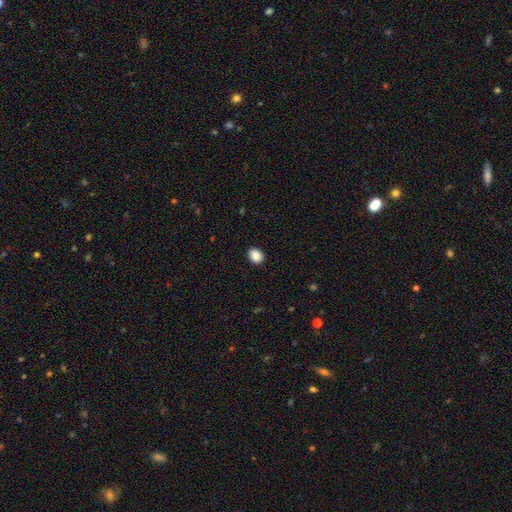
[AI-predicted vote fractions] Smooth or featured?
  - smooth: 89% *
  - star or artifact: 8%
  - featured or disk: 3%
How rounded?
  - in between: 53% *
  - round: 46%
  - cigar-shaped: 1%
Merging?
  - none: 91% *
  - minor disturbance: 7%
  - major disturbance: 2%
  - merger: 1%